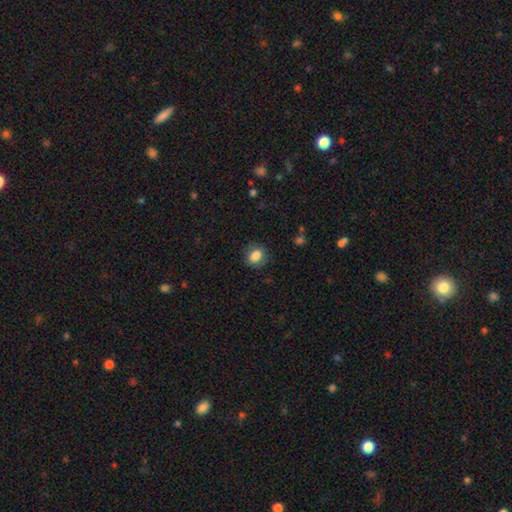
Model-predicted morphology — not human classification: Smooth or featured: smooth — 84% (star or artifact — 9%)
How rounded: round — 56% (in between — 43%)
Merging: none — 82% (minor disturbance — 13%)